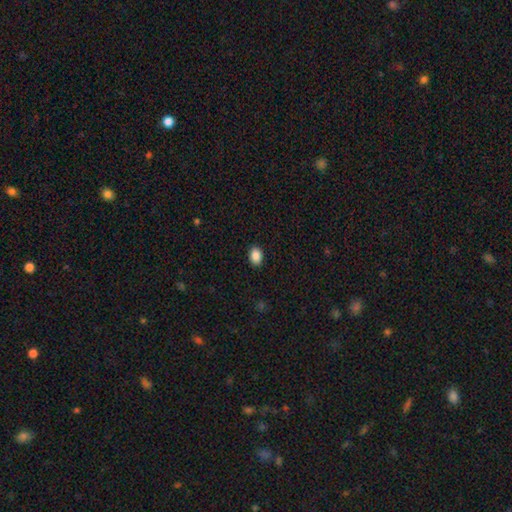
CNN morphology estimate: Smooth or featured?
  - smooth: 89% *
  - star or artifact: 8%
  - featured or disk: 3%
How rounded?
  - in between: 77% *
  - round: 22%
  - cigar-shaped: 1%
Merging?
  - none: 90% *
  - minor disturbance: 8%
  - major disturbance: 2%
  - merger: 1%